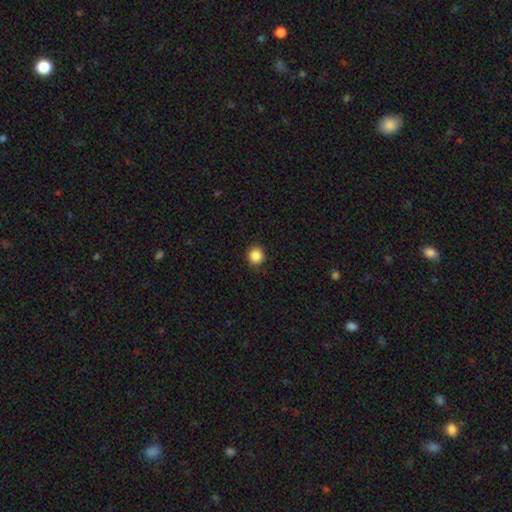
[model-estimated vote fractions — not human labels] Morphology: type=smooth (87%); roundness=round (92%); merging=none (91%).